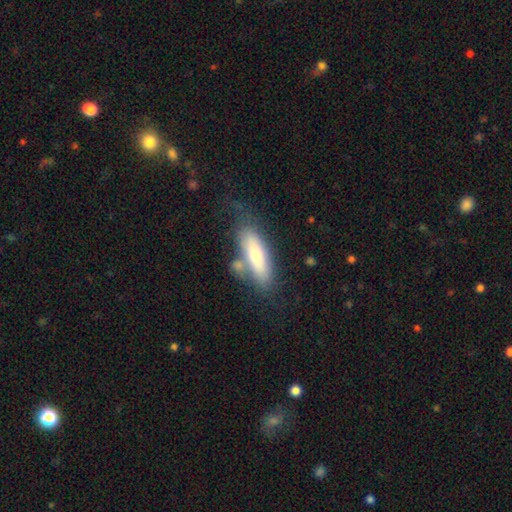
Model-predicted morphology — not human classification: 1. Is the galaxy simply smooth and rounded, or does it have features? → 71% smooth, 23% featured or disk, 6% star or artifact.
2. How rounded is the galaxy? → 54% in between, 44% cigar-shaped, 2% round.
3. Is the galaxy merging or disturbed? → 51% none, 21% minor disturbance, 17% merger, 10% major disturbance.